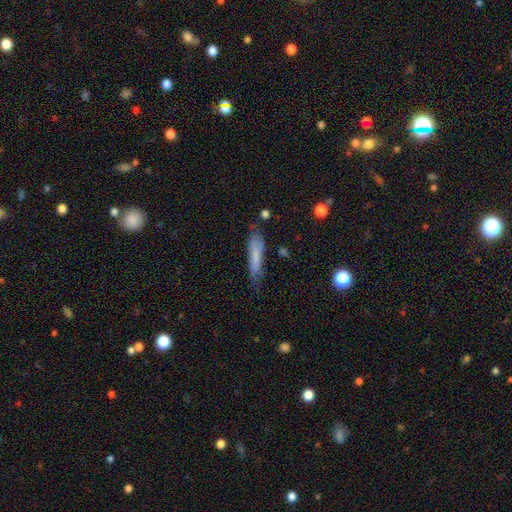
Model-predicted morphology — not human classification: type=smooth (73%); roundness=cigar-shaped (80%); merging=none (64%).